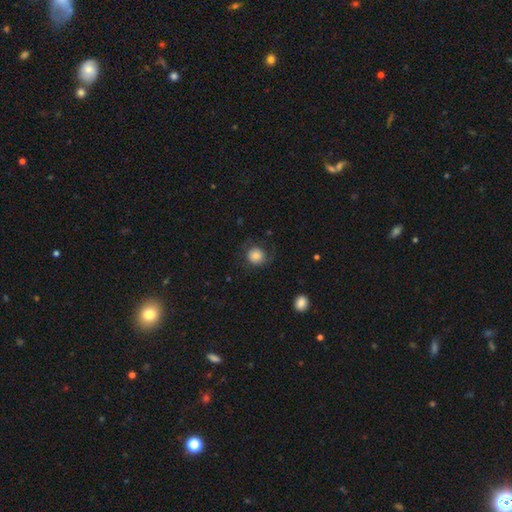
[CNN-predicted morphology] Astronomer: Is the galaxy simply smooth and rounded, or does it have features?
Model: smooth — 81%.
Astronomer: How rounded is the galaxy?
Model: round — 88%.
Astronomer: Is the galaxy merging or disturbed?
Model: none — 72%.